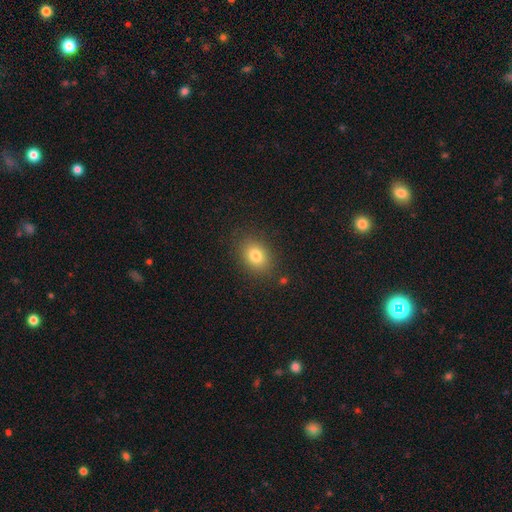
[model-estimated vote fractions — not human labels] Q: Smooth or featured?
A: smooth (80%); runner-up: star or artifact (11%)
Q: How rounded?
A: in between (63%); runner-up: round (36%)
Q: Merging?
A: none (85%); runner-up: minor disturbance (10%)